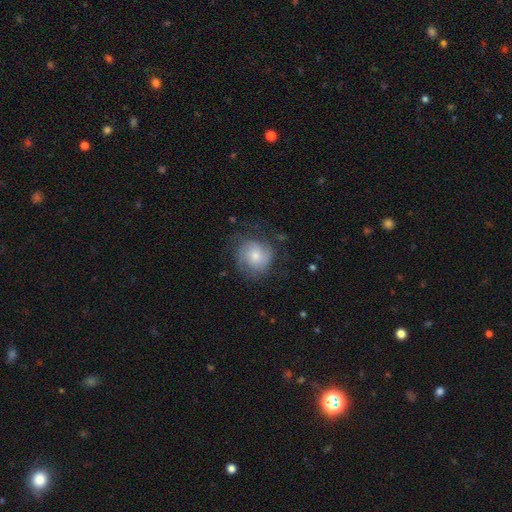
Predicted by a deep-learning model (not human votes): Overall: featured or disk (55%; smooth 38%). Edge-on disk: no (98%). Bar: no (75%). Spiral arms: yes (86%). Bulge size: moderate (47%; small 43%). Merging: none (62%; minor disturbance 22%).